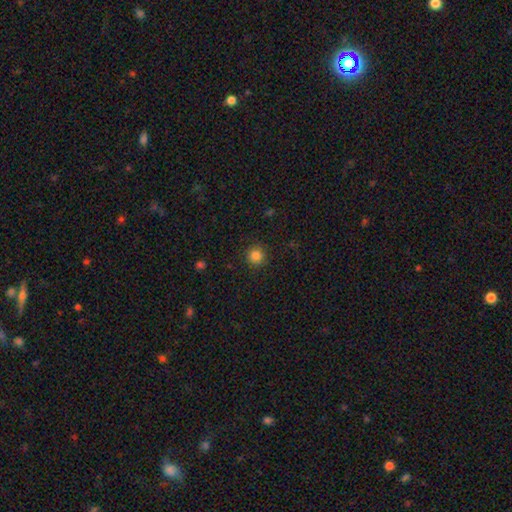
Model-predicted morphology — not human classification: smooth 84%, star or artifact 12%, featured or disk 4%. Down the decision tree: how rounded — round (94%); merging — none (91%).